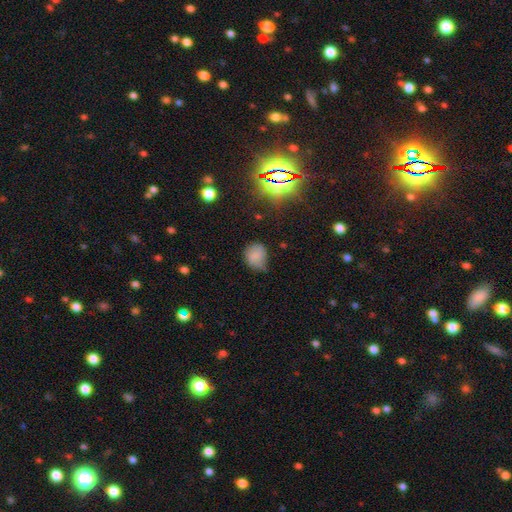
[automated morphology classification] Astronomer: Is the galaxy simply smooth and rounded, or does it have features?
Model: smooth — 75%.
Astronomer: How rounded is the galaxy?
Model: round — 66%.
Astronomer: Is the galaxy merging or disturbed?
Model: none — 54% (runner-up: minor disturbance, 36%).